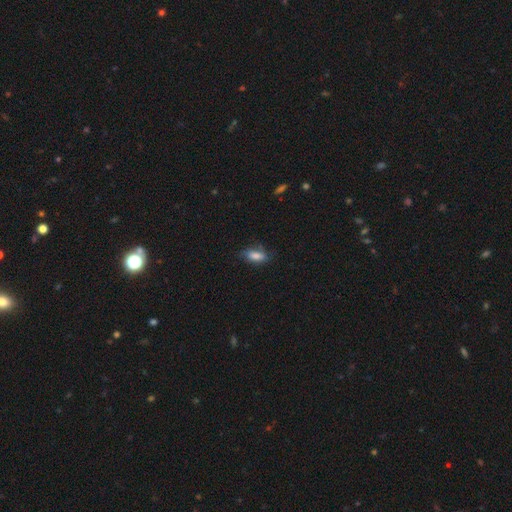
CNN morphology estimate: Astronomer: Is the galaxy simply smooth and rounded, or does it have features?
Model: smooth — 79%.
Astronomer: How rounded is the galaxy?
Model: in between — 80%.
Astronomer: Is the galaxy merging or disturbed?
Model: none — 64%.